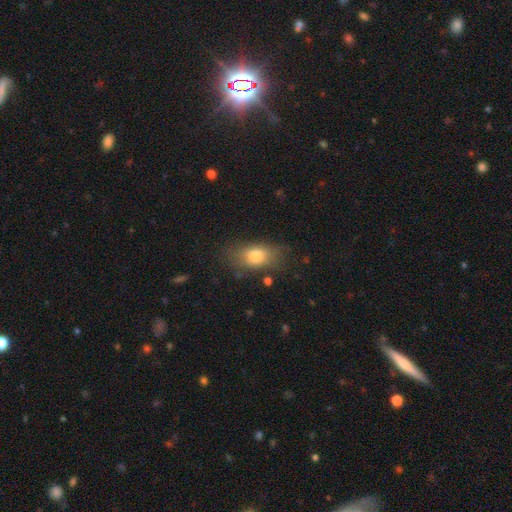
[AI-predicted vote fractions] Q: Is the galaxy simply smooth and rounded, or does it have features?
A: smooth — 76%.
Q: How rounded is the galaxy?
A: in between — 82%.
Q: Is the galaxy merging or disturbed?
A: none — 72%.